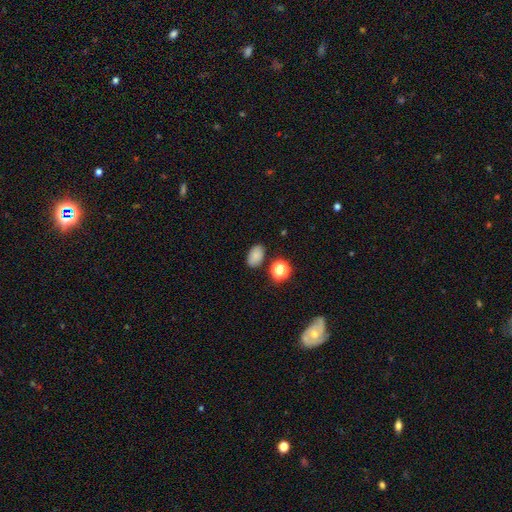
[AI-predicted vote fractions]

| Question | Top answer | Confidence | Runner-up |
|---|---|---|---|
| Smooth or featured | smooth | 81% | star or artifact (13%) |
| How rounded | in between | 86% | round (12%) |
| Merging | none | 81% | minor disturbance (12%) |